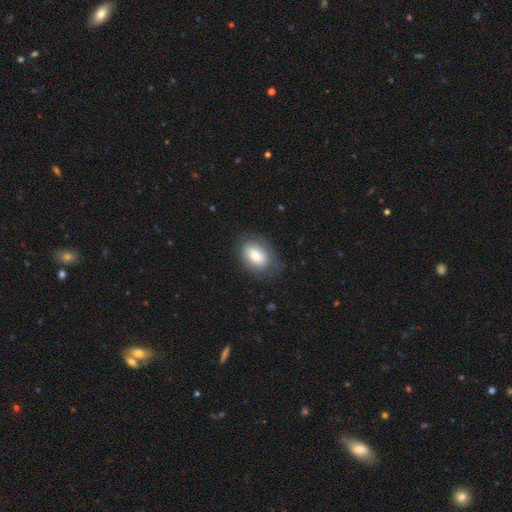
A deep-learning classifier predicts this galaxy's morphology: Q: Smooth or featured?
A: smooth (71%); runner-up: featured or disk (22%)
Q: How rounded?
A: in between (85%); runner-up: round (14%)
Q: Merging?
A: none (69%); runner-up: minor disturbance (21%)